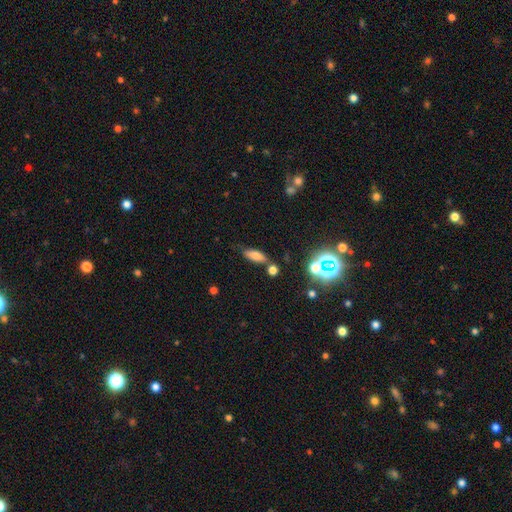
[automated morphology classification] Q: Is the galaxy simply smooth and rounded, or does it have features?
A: smooth — 70%.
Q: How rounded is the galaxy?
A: in between — 67%.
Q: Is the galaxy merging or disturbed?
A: none — 67%.